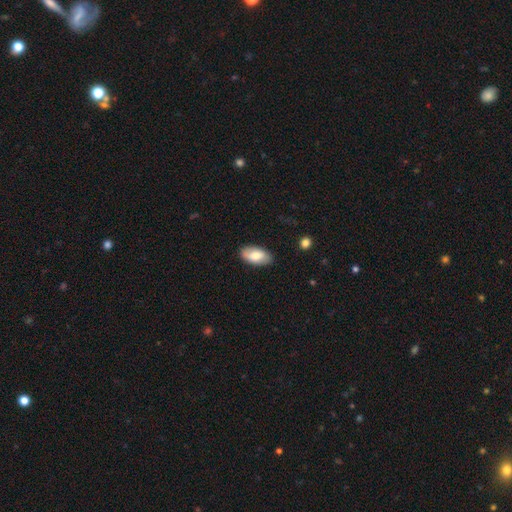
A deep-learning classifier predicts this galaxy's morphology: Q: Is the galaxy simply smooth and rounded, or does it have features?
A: smooth — 72%.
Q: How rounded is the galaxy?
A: in between — 94%.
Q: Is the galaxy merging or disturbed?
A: none — 85%.